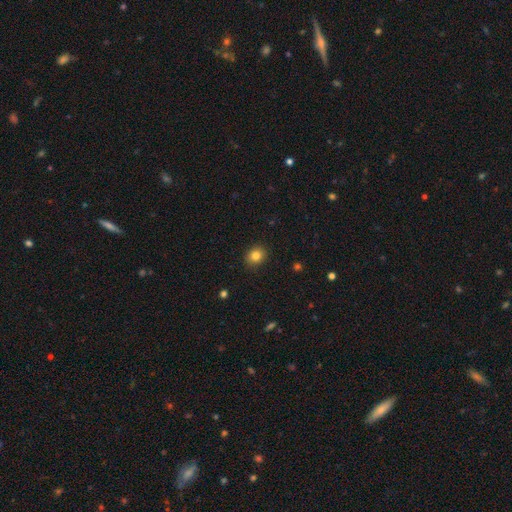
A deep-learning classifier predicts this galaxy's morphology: A smooth galaxy with no disk features (82%) that is round (69%). Merging: none (90%).